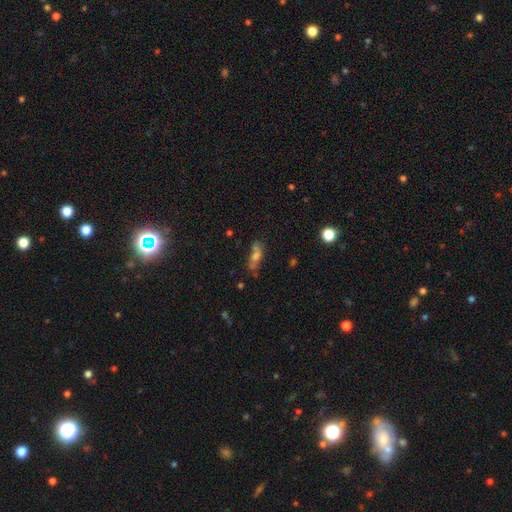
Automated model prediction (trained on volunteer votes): smooth-or-featured: smooth: 41% | featured or disk: 39% | star or artifact: 20%
  merging: none: 57% | minor disturbance: 20% | merger: 12% | major disturbance: 11%